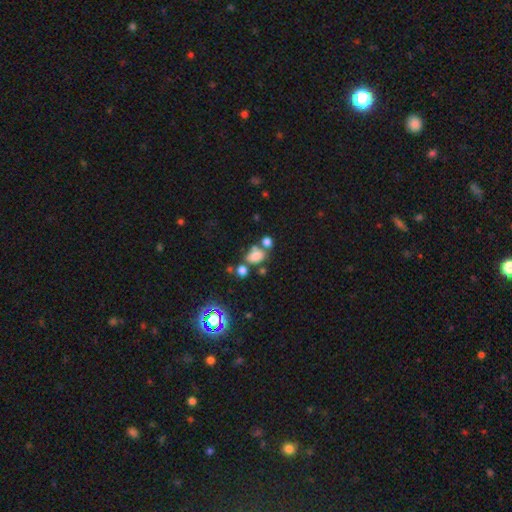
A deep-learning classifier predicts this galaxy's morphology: Smooth or featured?
  - smooth: 72% *
  - star or artifact: 17%
  - featured or disk: 11%
How rounded?
  - in between: 68% *
  - round: 30%
  - cigar-shaped: 2%
Merging?
  - none: 40% *
  - merger: 37%
  - minor disturbance: 15%
  - major disturbance: 8%